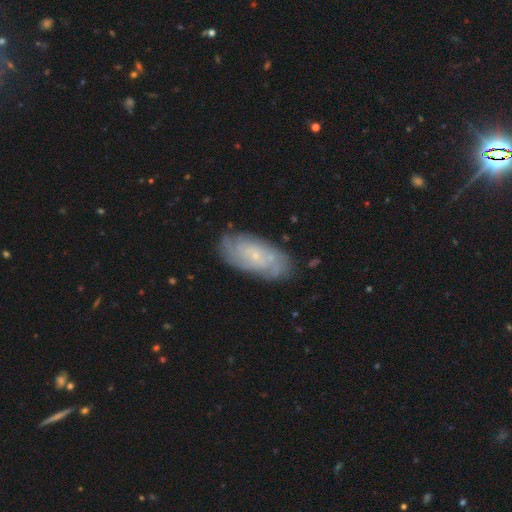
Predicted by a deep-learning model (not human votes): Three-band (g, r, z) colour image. It shows a featured or disk galaxy (71%) with no bar (76%), tight (68%) spiral arms (89%) and a small central bulge (84%). Merging: none (79%).